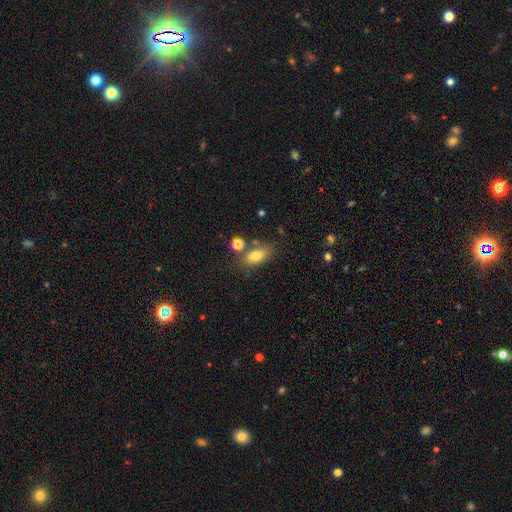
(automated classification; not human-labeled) Smooth or featured: smooth — 77% (featured or disk — 13%)
How rounded: in between — 82% (cigar-shaped — 10%)
Merging: none — 68% (minor disturbance — 15%)